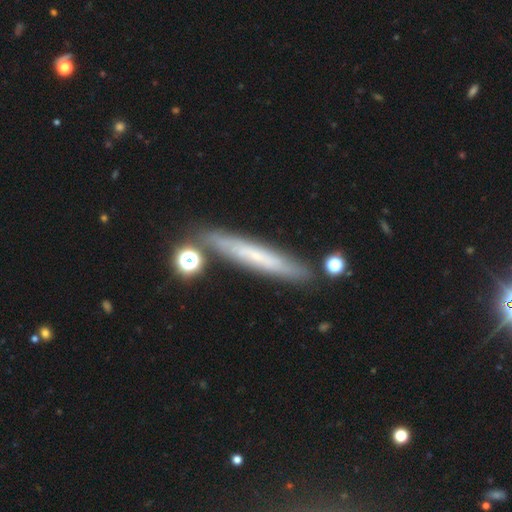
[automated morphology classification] A featured or disk galaxy (48%).

Vote fractions:
- Smooth or featured? featured or disk: 48% / smooth: 44% / star or artifact: 8%
- Merging? none: 80% / minor disturbance: 12% / merger: 5% / major disturbance: 3%